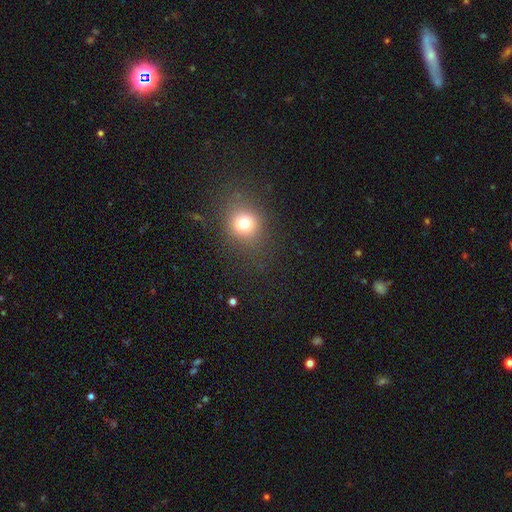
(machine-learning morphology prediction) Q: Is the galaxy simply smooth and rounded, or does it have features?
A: smooth — 64%.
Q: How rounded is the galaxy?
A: round — 62%.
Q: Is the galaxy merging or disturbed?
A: none — 89%.